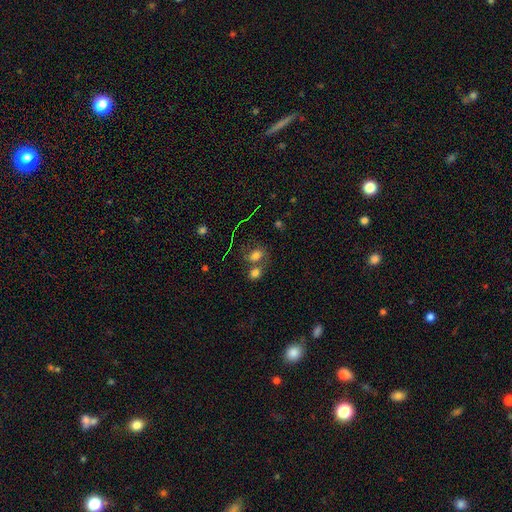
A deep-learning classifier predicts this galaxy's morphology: Smooth or featured? Predicted: smooth (p=0.70). How rounded? Predicted: in between (p=0.60). Merging? Predicted: merger (p=0.42).